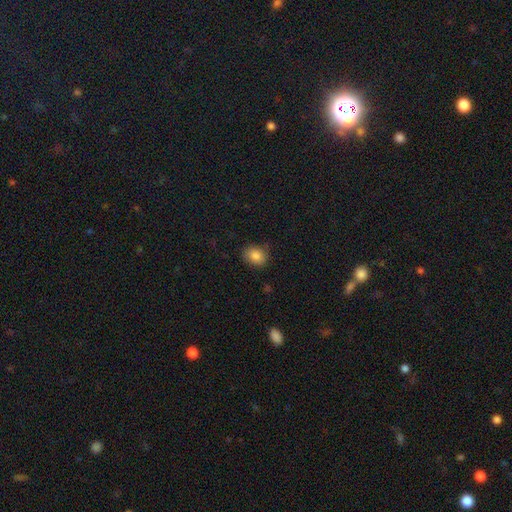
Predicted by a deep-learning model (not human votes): A smooth galaxy with no disk features (84%) that is round (54%).

Vote fractions:
- Smooth or featured? smooth: 84% / star or artifact: 9% / featured or disk: 6%
- How rounded? round: 54% / in between: 45% / cigar-shaped: 1%
- Merging? none: 79% / minor disturbance: 16% / major disturbance: 3% / merger: 1%